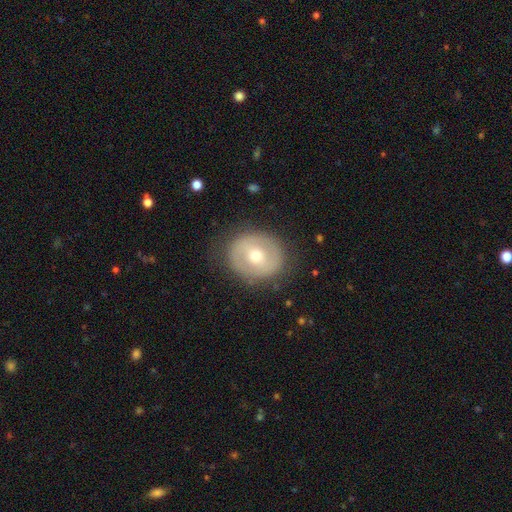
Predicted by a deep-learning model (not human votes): Smooth or featured? featured or disk (50%)
Edge-on disk? no (95%)
Merging? none (83%)